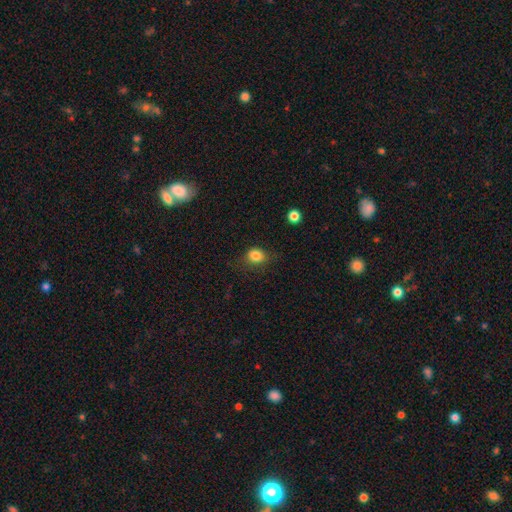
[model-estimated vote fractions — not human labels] Smooth or featured?
  - smooth: 82% *
  - star or artifact: 11%
  - featured or disk: 6%
How rounded?
  - round: 62% *
  - in between: 37%
  - cigar-shaped: 1%
Merging?
  - none: 70% *
  - minor disturbance: 21%
  - major disturbance: 8%
  - merger: 2%